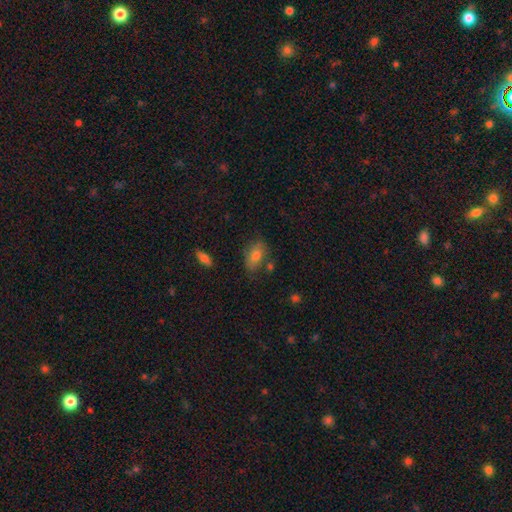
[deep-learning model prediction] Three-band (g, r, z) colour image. It shows a smooth galaxy with no disk features (73%) that is in between round and cigar-shaped (86%). Merging: none (70%).